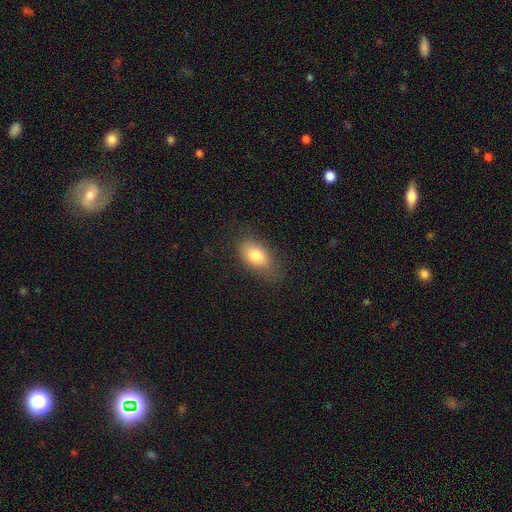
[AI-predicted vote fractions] smooth 79%, featured or disk 13%, star or artifact 8%. Down the decision tree: how rounded — in between (88%); merging — none (71%).